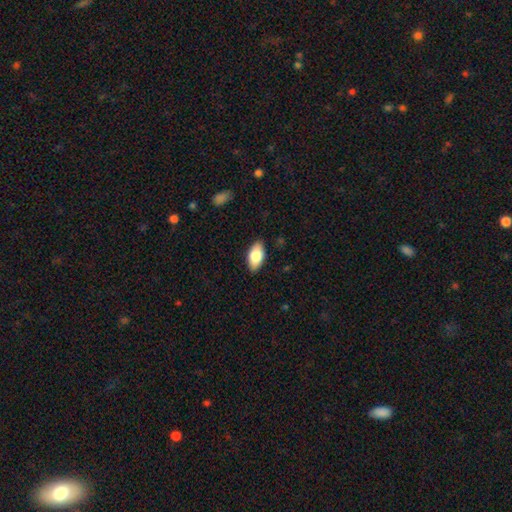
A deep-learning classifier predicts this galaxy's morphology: Smooth or featured?
  - smooth: 81% *
  - featured or disk: 13%
  - star or artifact: 6%
How rounded?
  - in between: 93% *
  - cigar-shaped: 4%
  - round: 3%
Merging?
  - none: 87% *
  - minor disturbance: 10%
  - major disturbance: 2%
  - merger: 1%